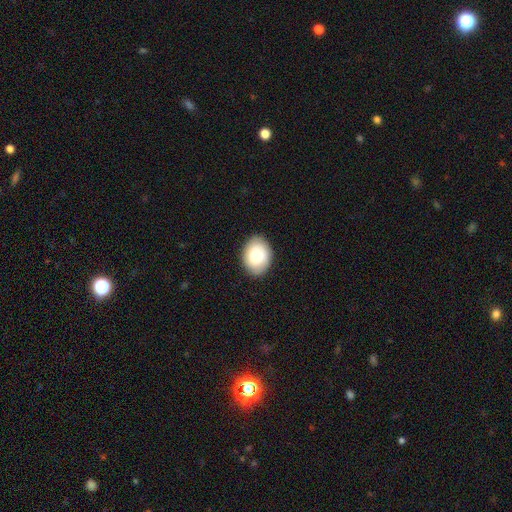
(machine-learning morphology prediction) Smooth or featured: smooth — 78% (featured or disk — 15%)
How rounded: in between — 69% (round — 30%)
Merging: none — 86% (minor disturbance — 10%)